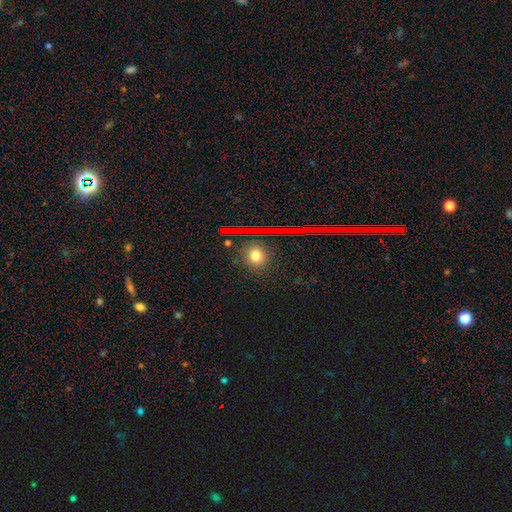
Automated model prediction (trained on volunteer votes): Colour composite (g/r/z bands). It shows a smooth galaxy with no disk features (73%) that is round (83%). Merging: none (86%).